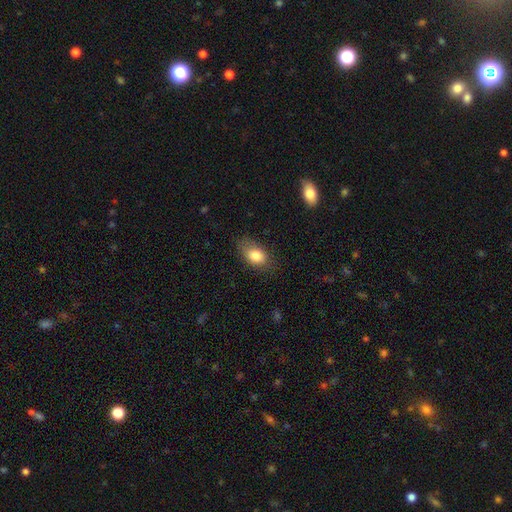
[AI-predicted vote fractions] Morphology: type=smooth (81%); roundness=in between (85%); merging=none (68%).